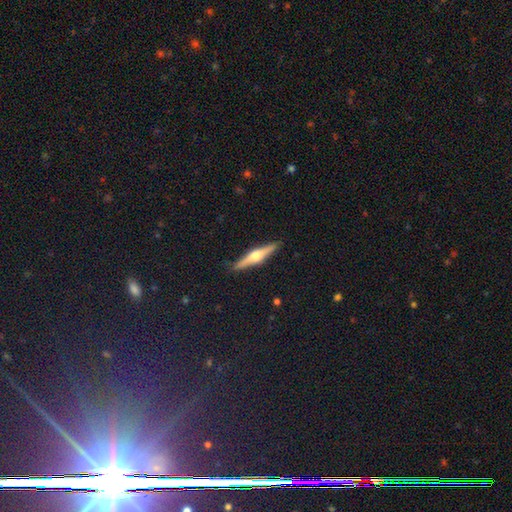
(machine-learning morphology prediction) featured or disk 71%, smooth 24%, star or artifact 6%. Down the decision tree: edge-on disk — yes (98%); edge-on bulge — rounded (92%); merging — none (90%).